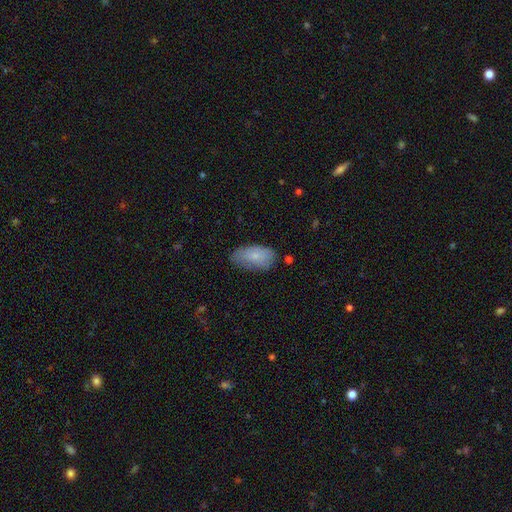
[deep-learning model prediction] Smooth or featured? smooth (77%)
How rounded? in between (93%)
Merging? none (61%)